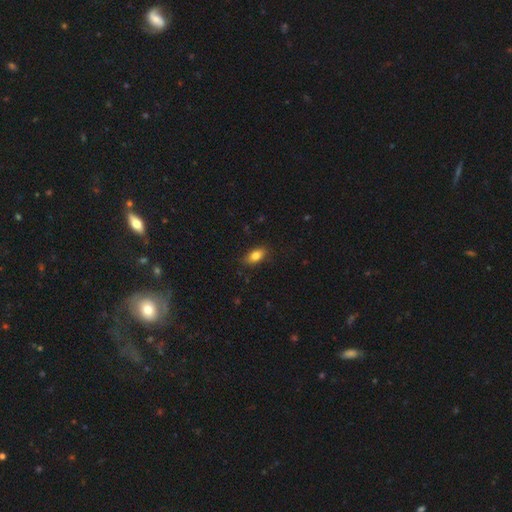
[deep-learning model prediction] smooth-or-featured: smooth: 82% | featured or disk: 10% | star or artifact: 8%
  how-rounded: in between: 87% | round: 7% | cigar-shaped: 6%
  merging: none: 83% | minor disturbance: 13% | major disturbance: 3% | merger: 1%